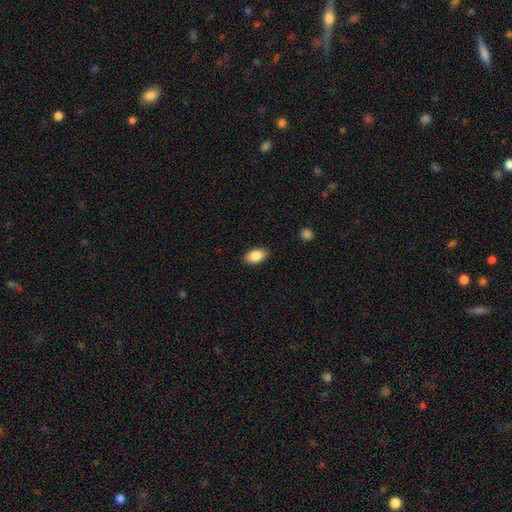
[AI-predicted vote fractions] smooth_or_featured: smooth (p=0.86) [alt: star or artifact p=0.07]
how_rounded: in between (p=0.92) [alt: round p=0.06]
merging: none (p=0.87) [alt: minor disturbance p=0.10]